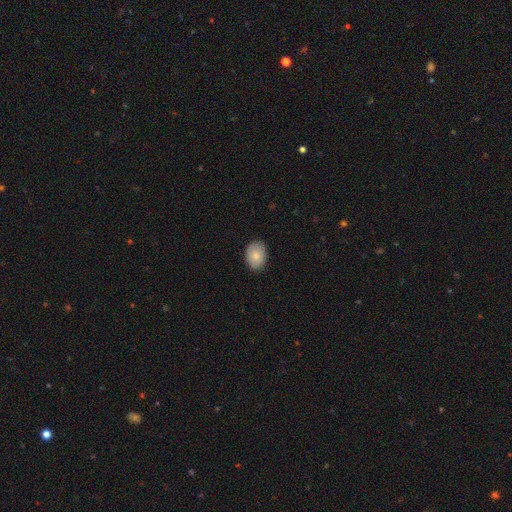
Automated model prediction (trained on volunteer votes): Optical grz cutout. It shows a smooth galaxy with no disk features (82%) that is in between round and cigar-shaped (72%). Merging: none (84%).